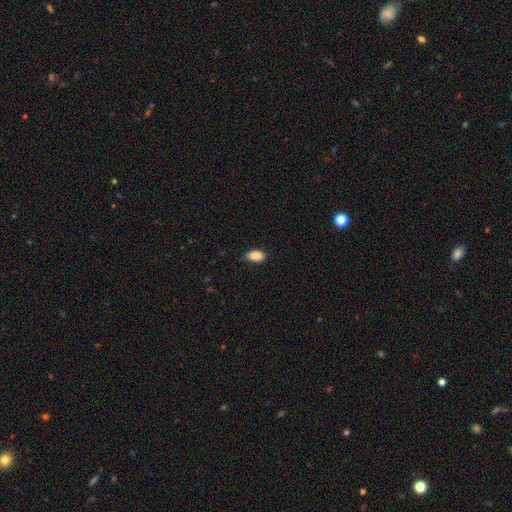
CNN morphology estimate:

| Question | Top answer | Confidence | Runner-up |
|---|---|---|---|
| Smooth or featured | smooth | 88% | star or artifact (8%) |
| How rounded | in between | 91% | round (5%) |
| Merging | none | 77% | minor disturbance (19%) |